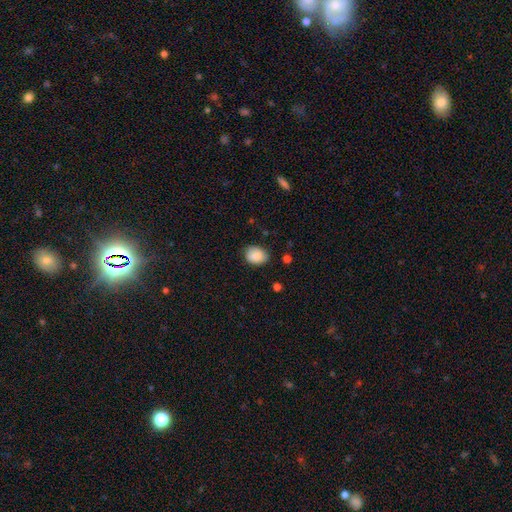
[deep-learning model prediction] Smooth or featured?
  - smooth: 87% *
  - star or artifact: 7%
  - featured or disk: 6%
How rounded?
  - in between: 62% *
  - round: 37%
  - cigar-shaped: 1%
Merging?
  - none: 78% *
  - minor disturbance: 17%
  - major disturbance: 3%
  - merger: 1%